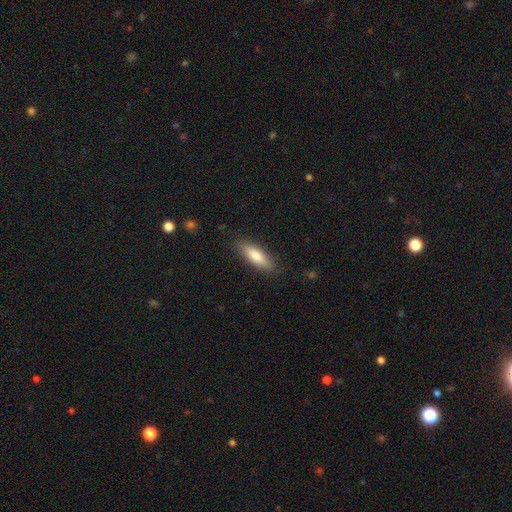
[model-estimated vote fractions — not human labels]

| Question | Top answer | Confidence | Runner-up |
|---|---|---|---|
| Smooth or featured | smooth | 78% | featured or disk (16%) |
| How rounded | cigar-shaped | 50% | in between (48%) |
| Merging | none | 87% | minor disturbance (10%) |